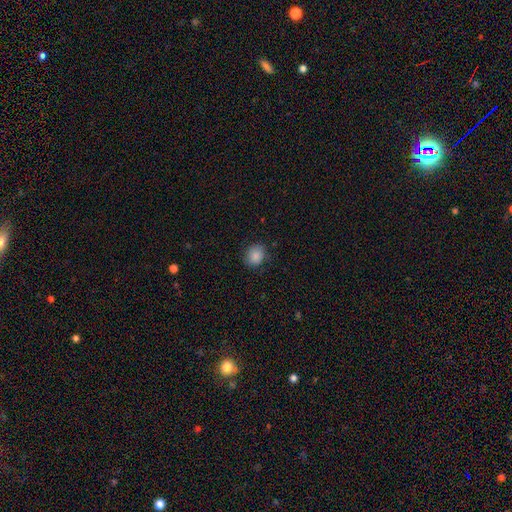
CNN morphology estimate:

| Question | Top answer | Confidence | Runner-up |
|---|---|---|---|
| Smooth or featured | smooth | 87% | star or artifact (9%) |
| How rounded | round | 62% | in between (37%) |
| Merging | none | 81% | minor disturbance (14%) |